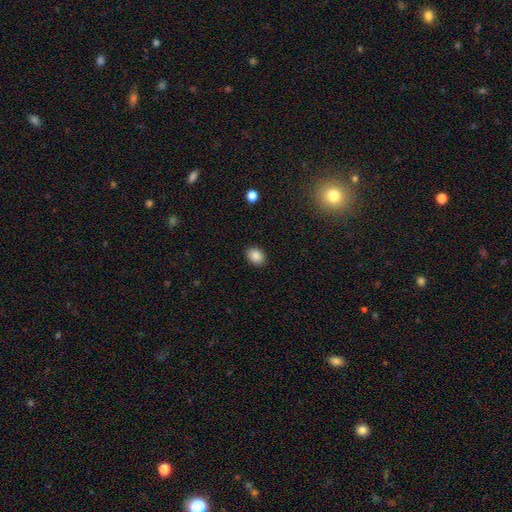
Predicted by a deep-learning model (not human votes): Smooth or featured: smooth — 87% (star or artifact — 9%)
How rounded: in between — 60% (round — 39%)
Merging: none — 89% (minor disturbance — 7%)